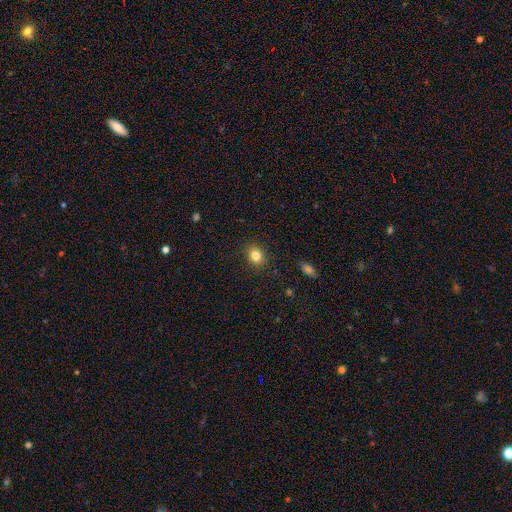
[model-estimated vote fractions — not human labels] smooth-or-featured: smooth: 82% | star or artifact: 11% | featured or disk: 7%
  how-rounded: round: 60% | in between: 39% | cigar-shaped: 1%
  merging: none: 88% | minor disturbance: 8% | major disturbance: 2% | merger: 1%